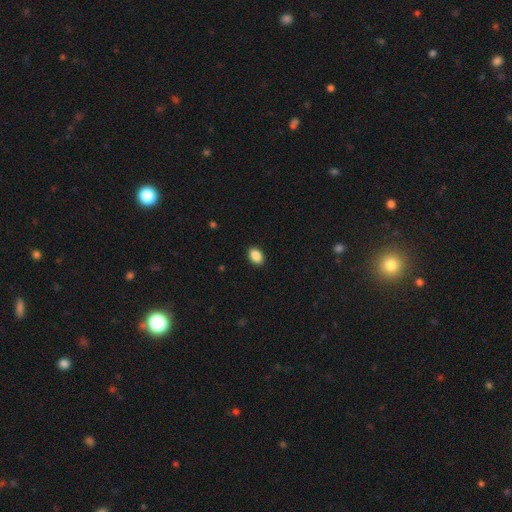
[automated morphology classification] Overall: smooth (89%). How rounded: in between (83%). Merging: none (90%).